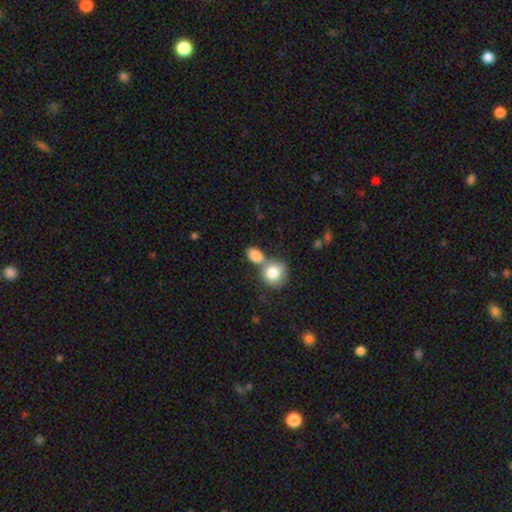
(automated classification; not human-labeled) A smooth galaxy with no disk features (84%) that is in between round and cigar-shaped (61%).

Vote fractions:
- Smooth or featured? smooth: 84% / featured or disk: 8% / star or artifact: 8%
- How rounded? in between: 61% / round: 37% / cigar-shaped: 2%
- Merging? merger: 51% / none: 35% / minor disturbance: 10% / major disturbance: 4%